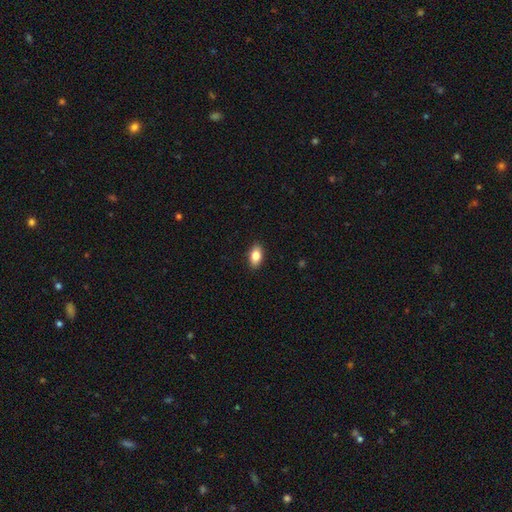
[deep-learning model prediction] Smooth or featured? Predicted: smooth (p=0.83). How rounded? Predicted: in between (p=0.89). Merging? Predicted: none (p=0.89).